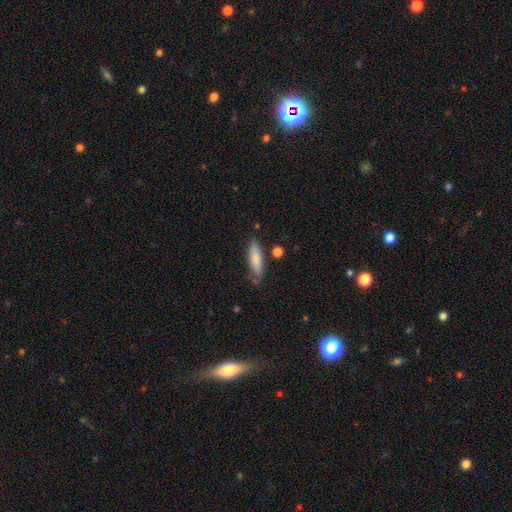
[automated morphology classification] smooth-or-featured: smooth: 77% | featured or disk: 17% | star or artifact: 7%
  how-rounded: cigar-shaped: 65% | in between: 34% | round: 2%
  merging: none: 75% | minor disturbance: 18% | major disturbance: 4% | merger: 3%